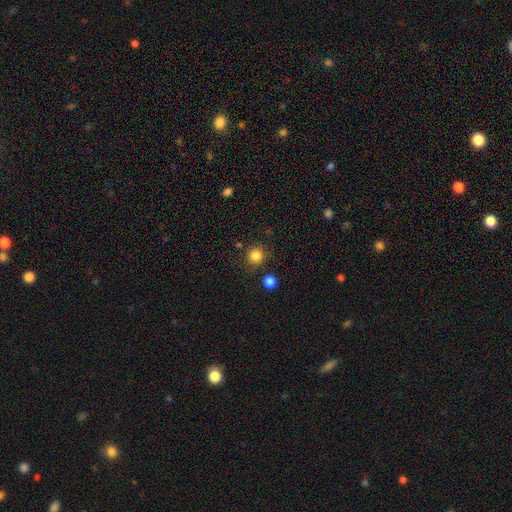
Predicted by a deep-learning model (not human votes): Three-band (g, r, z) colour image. It shows a smooth galaxy with no disk features (83%) that is round (93%). Merging: none (83%).